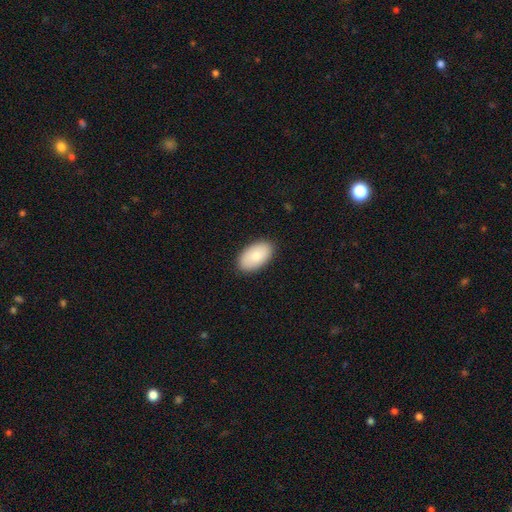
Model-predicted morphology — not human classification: The model was most divided on "smooth or featured": smooth: 84%, featured or disk: 10%, star or artifact: 6%. More confident: how rounded — in between (95%); merging — none (88%).